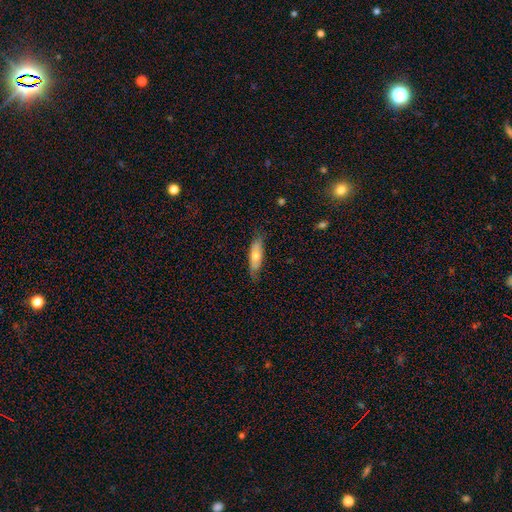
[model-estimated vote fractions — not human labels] Morphology: type=smooth (67%); roundness=cigar-shaped (55%); merging=none (80%).